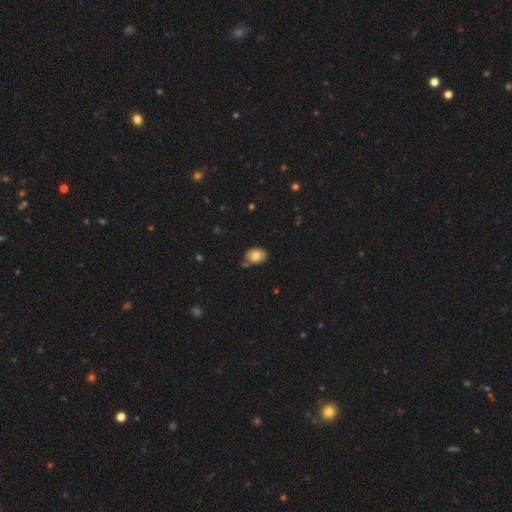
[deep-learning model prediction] Overall: smooth (79%). How rounded: in between (66%; round 33%). Merging: none (71%).